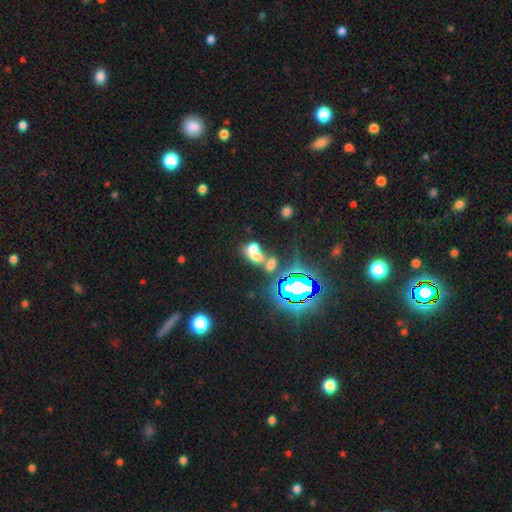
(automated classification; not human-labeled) Smooth or featured? Predicted: smooth (p=0.53). How rounded? Predicted: in between (p=0.61). Merging? Predicted: merger (p=0.66).